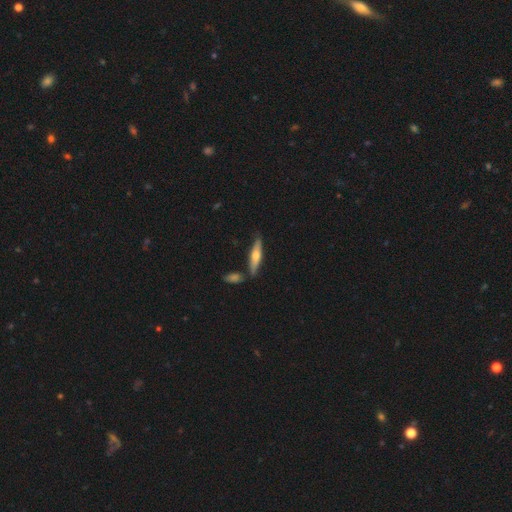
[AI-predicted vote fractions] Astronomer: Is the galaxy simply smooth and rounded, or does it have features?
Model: featured or disk — 48% (runner-up: smooth, 46%).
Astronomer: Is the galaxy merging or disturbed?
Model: none — 77%.